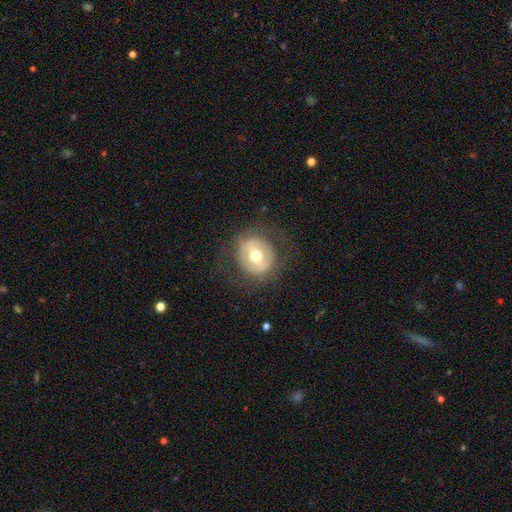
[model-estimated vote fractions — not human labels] Overall: featured or disk (51%; smooth 41%). Edge-on disk: no (95%). Merging: none (76%).